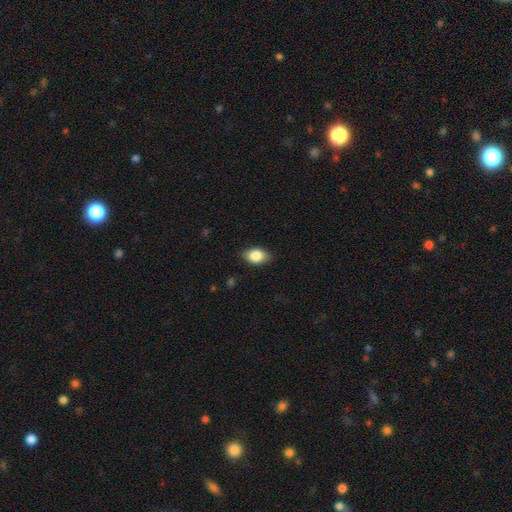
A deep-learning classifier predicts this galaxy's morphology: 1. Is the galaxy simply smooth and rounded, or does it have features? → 85% smooth, 8% featured or disk, 8% star or artifact.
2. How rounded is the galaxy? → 85% in between, 13% round, 2% cigar-shaped.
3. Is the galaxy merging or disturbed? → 85% none, 11% minor disturbance, 2% major disturbance, 1% merger.